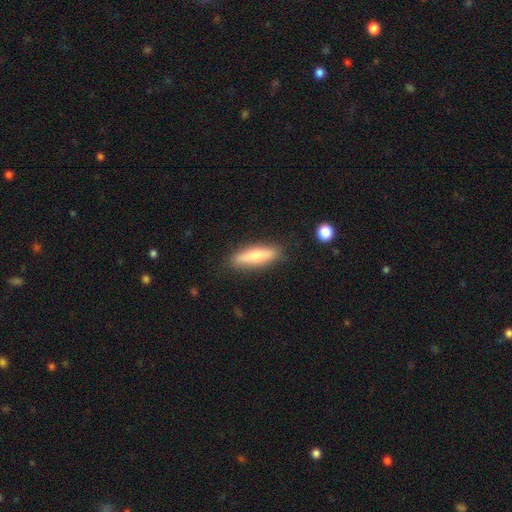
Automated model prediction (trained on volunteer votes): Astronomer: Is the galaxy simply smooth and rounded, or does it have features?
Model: smooth — 65%.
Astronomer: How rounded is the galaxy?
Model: cigar-shaped — 70%.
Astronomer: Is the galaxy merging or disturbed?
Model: none — 86%.